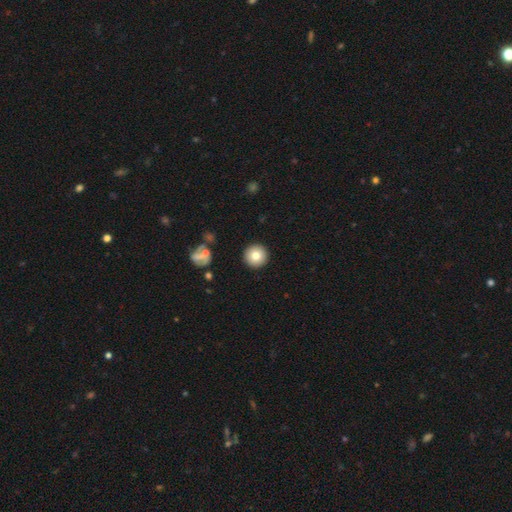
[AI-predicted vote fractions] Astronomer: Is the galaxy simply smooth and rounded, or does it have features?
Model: smooth — 80%.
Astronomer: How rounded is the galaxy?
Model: round — 96%.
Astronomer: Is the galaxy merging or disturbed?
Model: none — 92%.